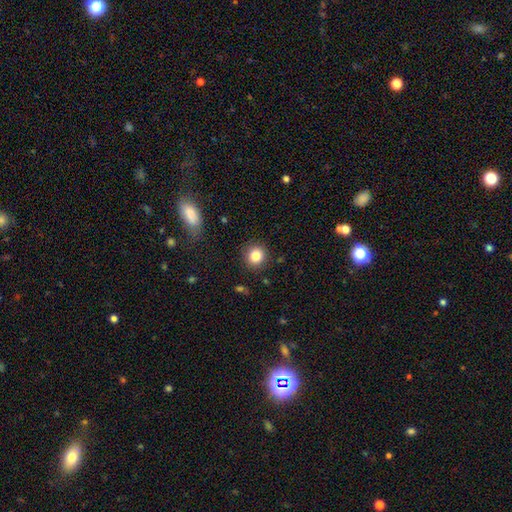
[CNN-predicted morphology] Smooth or featured?
  - smooth: 84% *
  - star or artifact: 10%
  - featured or disk: 6%
How rounded?
  - round: 89% *
  - in between: 10%
  - cigar-shaped: 1%
Merging?
  - none: 89% *
  - minor disturbance: 7%
  - major disturbance: 2%
  - merger: 1%